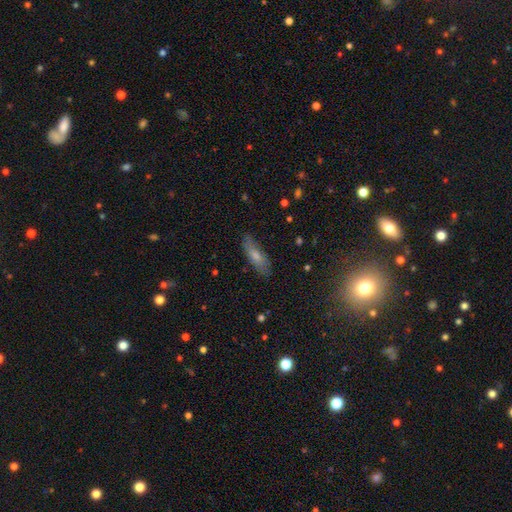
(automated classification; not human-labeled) A smooth galaxy with no disk features (68%) that is in between round and cigar-shaped (54%). Merging: none (78%).